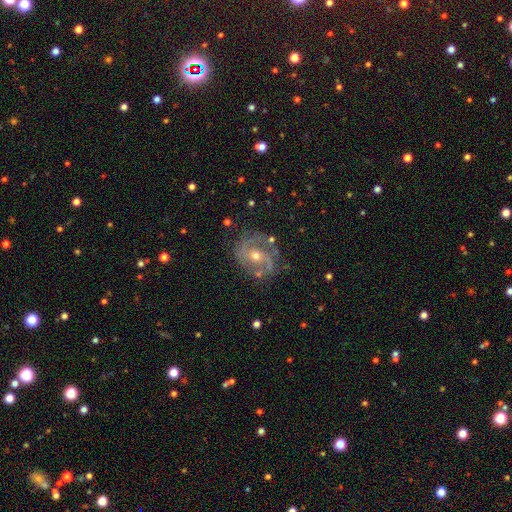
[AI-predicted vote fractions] This appears to be a featured or disk galaxy (84%) with no bar (53%), 2 (79%) medium (50%) spiral arms (93%) and a moderate central bulge (55%). Merging: none (73%).